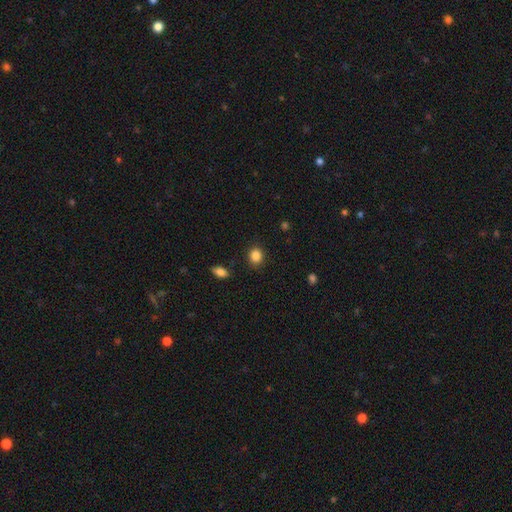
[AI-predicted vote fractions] A smooth galaxy with no disk features (87%) that is round (68%).

Vote fractions:
- Smooth or featured? smooth: 87% / star or artifact: 10% / featured or disk: 4%
- How rounded? round: 68% / in between: 31% / cigar-shaped: 1%
- Merging? none: 87% / minor disturbance: 9% / major disturbance: 3% / merger: 2%